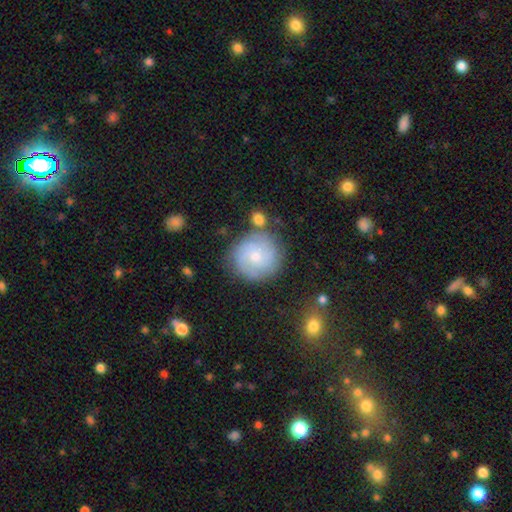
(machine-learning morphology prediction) The model was most divided on "smooth or featured": featured or disk: 59%, smooth: 33%, star or artifact: 8%. More confident: edge-on disk — no (98%); spiral arms — yes (86%); merging — none (76%); bar — no (75%); bulge size — small (62%).